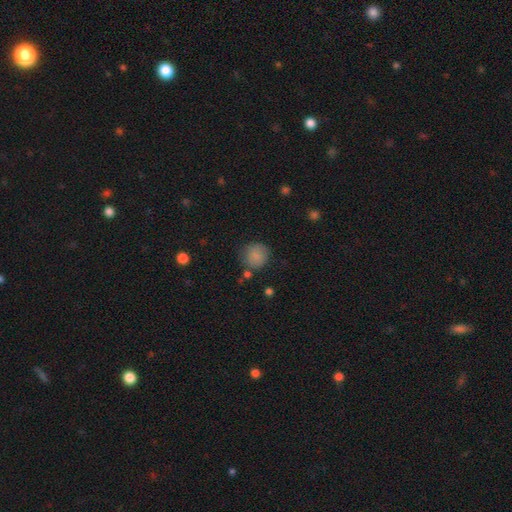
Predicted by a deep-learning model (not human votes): Smooth or featured? smooth (84%)
How rounded? round (88%)
Merging? none (74%)